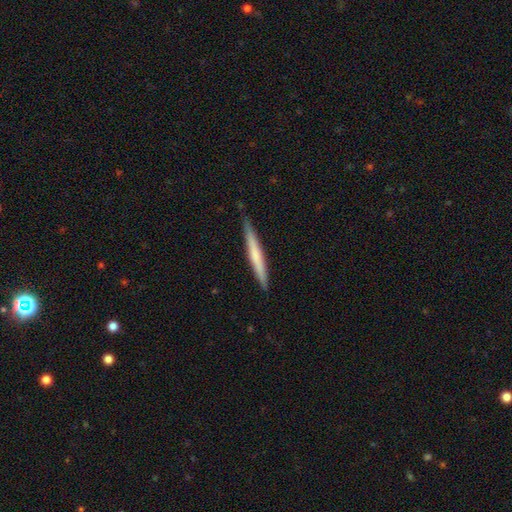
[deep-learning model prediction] A smooth galaxy with no disk features (56%) that is cigar-shaped (97%).

Vote fractions:
- Smooth or featured? smooth: 56% / featured or disk: 39% / star or artifact: 5%
- How rounded? cigar-shaped: 97% / in between: 2% / round: 1%
- Merging? none: 88% / minor disturbance: 10% / major disturbance: 1% / merger: 1%